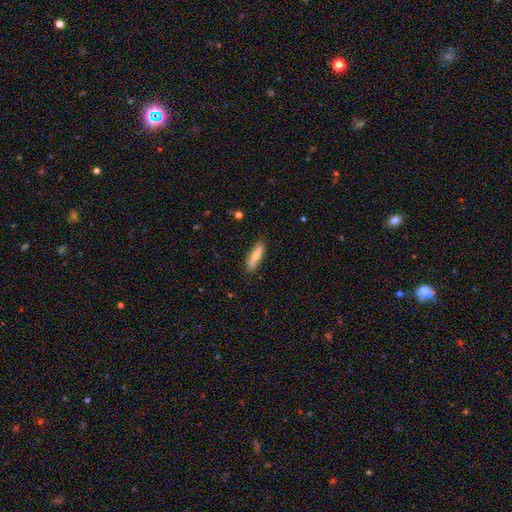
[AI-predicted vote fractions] Smooth or featured? Predicted: smooth (p=0.65). How rounded? Predicted: cigar-shaped (p=0.68). Merging? Predicted: none (p=0.82).